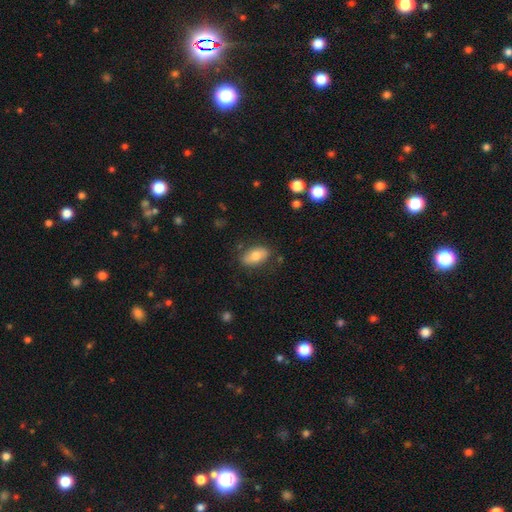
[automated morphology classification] Overall: smooth (71%). How rounded: in between (90%). Merging: none (79%).